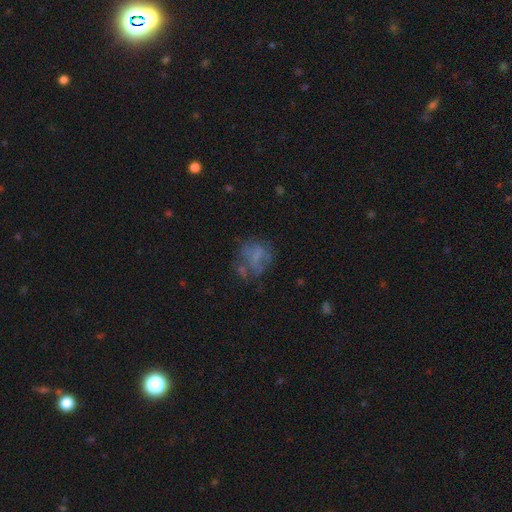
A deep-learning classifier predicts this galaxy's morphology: The model was most divided on "smooth or featured": featured or disk: 43%, smooth: 42%, star or artifact: 16%. Remaining: merging — none (47%).